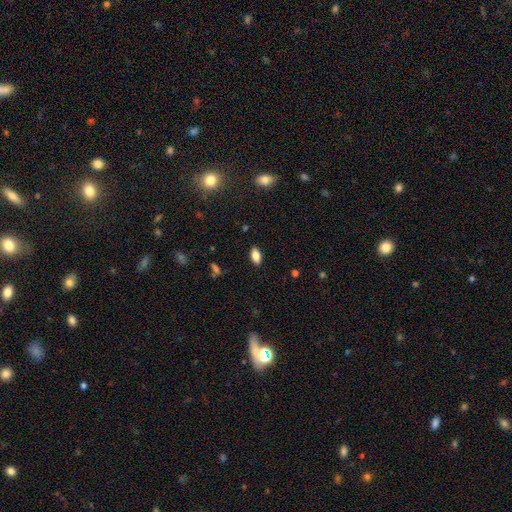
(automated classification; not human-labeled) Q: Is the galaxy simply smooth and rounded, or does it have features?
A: smooth — 83%.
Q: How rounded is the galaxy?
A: in between — 90%.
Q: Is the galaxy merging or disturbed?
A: none — 88%.